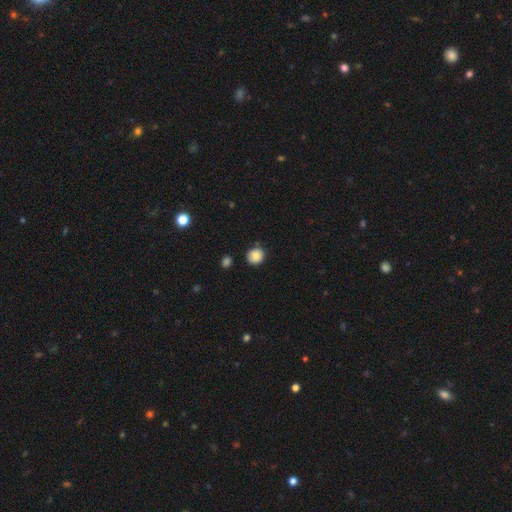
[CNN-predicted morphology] Overall: smooth (84%). How rounded: round (86%). Merging: none (85%).